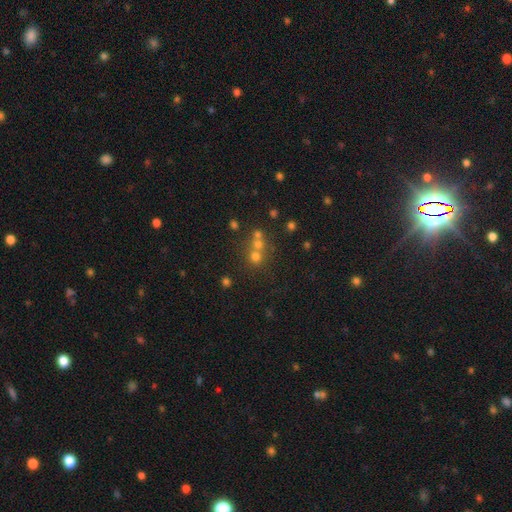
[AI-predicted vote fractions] smooth_or_featured: smooth (p=0.53) [alt: star or artifact p=0.30]
how_rounded: round (p=0.86) [alt: in between p=0.13]
merging: none (p=0.49) [alt: merger p=0.41]